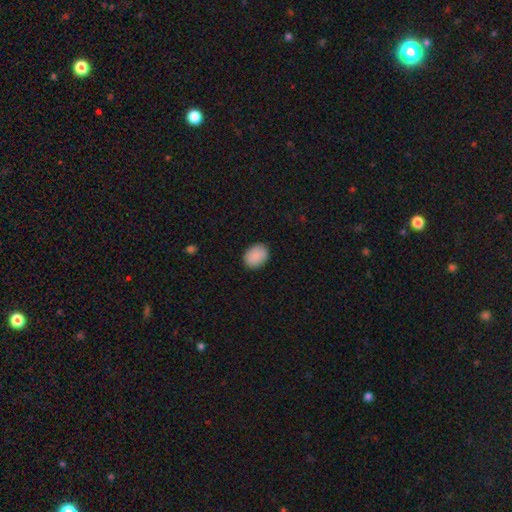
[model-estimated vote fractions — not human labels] smooth_or_featured: smooth (p=0.90) [alt: star or artifact p=0.07]
how_rounded: in between (p=0.63) [alt: round p=0.36]
merging: none (p=0.87) [alt: minor disturbance p=0.10]